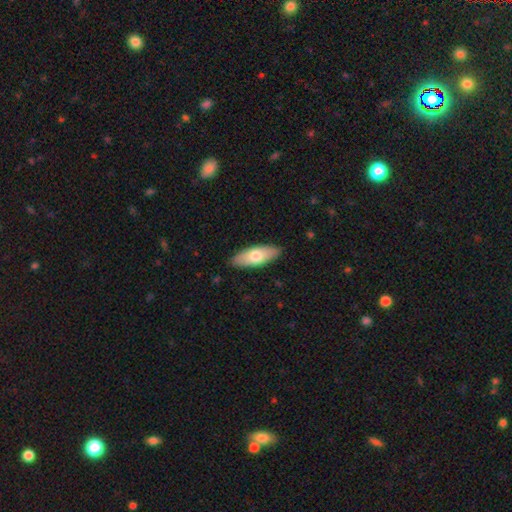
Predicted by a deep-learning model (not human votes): Smooth or featured? smooth (69%)
How rounded? in between (74%)
Merging? none (88%)